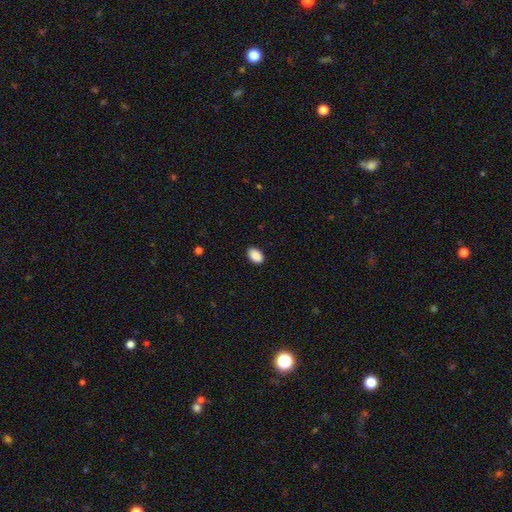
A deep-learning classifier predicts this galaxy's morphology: A smooth galaxy with no disk features (91%) that is in between round and cigar-shaped (92%). Merging: none (89%).